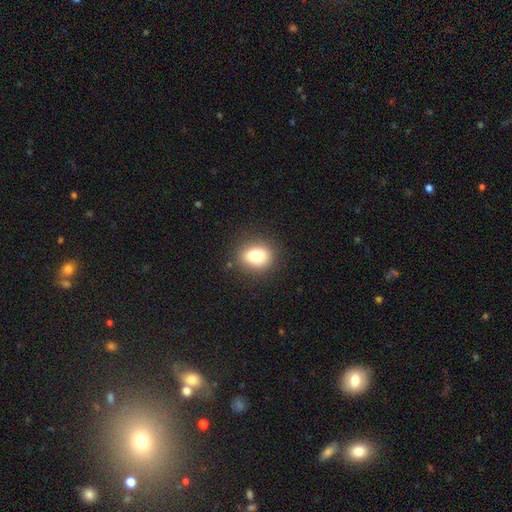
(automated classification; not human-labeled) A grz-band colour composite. It shows a smooth galaxy with no disk features (80%) that is round (52%). Merging: none (85%).